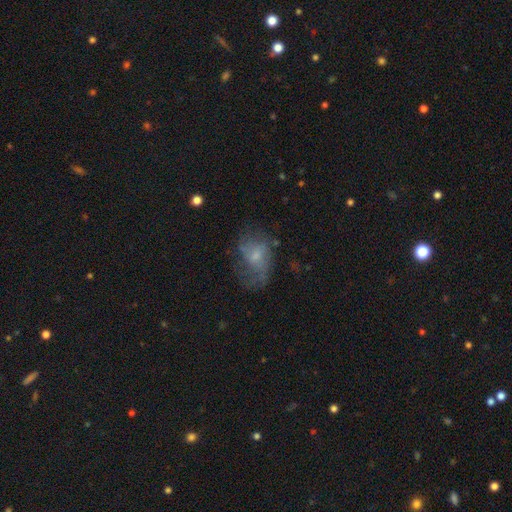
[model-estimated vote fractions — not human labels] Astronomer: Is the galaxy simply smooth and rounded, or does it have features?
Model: featured or disk — 47% (runner-up: smooth, 42%).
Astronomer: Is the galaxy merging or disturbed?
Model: none — 43% (runner-up: major disturbance, 31%).